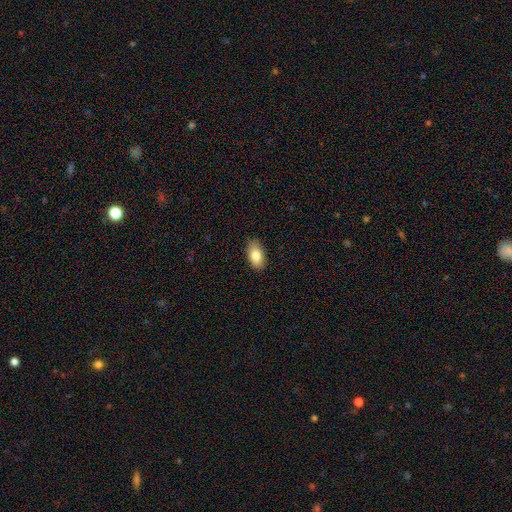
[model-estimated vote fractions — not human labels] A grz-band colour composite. It shows a smooth galaxy with no disk features (83%) that is in between round and cigar-shaped (93%). Merging: none (86%).